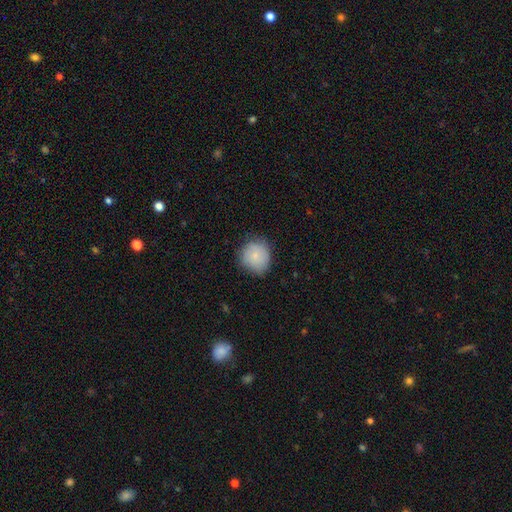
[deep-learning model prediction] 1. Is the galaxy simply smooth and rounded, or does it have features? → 78% smooth, 14% featured or disk, 8% star or artifact.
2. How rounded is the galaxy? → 85% round, 14% in between, 1% cigar-shaped.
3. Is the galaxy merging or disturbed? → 75% none, 20% minor disturbance, 4% major disturbance, 1% merger.